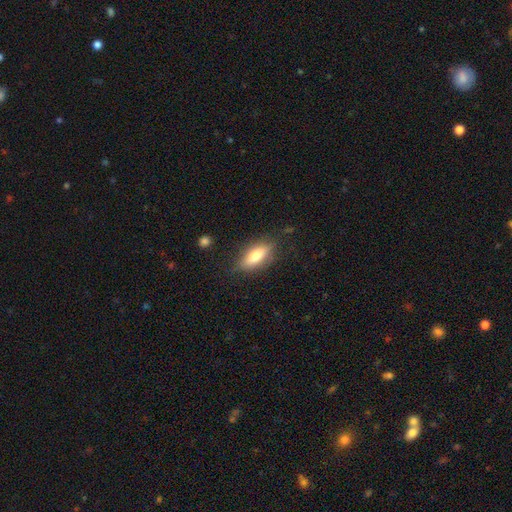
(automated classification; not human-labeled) Overall: smooth (68%). How rounded: in between (71%). Merging: none (78%).